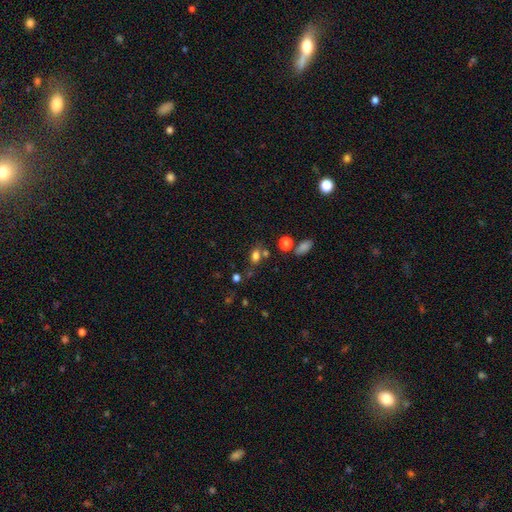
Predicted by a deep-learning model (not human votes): Morphology: type=smooth (77%); roundness=in between (73%); merging=none (61%).